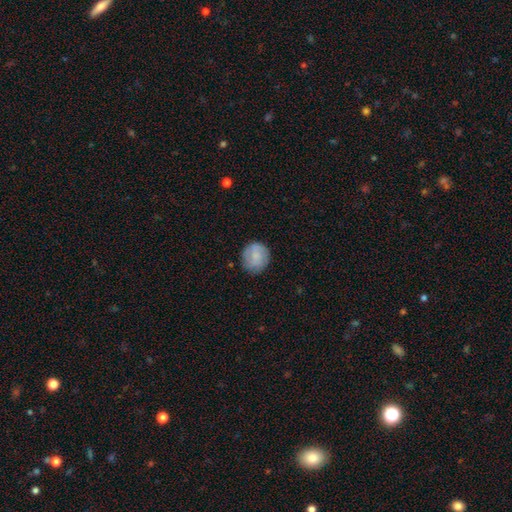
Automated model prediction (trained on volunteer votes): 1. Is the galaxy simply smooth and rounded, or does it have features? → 78% smooth, 15% featured or disk, 7% star or artifact.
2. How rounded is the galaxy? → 83% round, 16% in between, 1% cigar-shaped.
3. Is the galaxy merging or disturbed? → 80% none, 15% minor disturbance, 4% major disturbance, 1% merger.